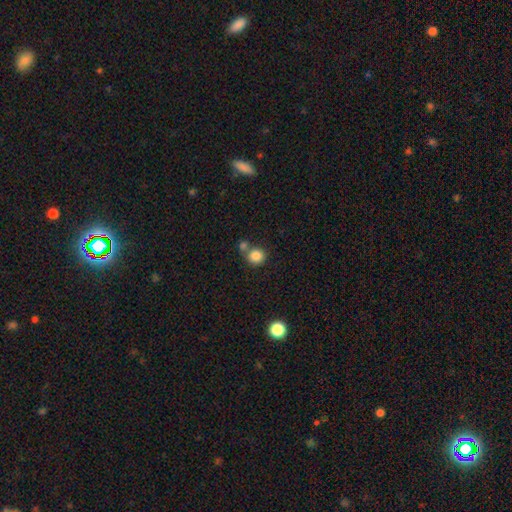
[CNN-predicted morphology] Smooth or featured? Predicted: smooth (p=0.84). How rounded? Predicted: round (p=0.87). Merging? Predicted: none (p=0.55).